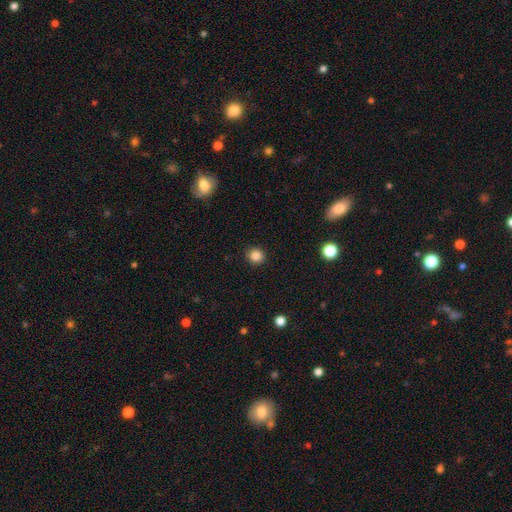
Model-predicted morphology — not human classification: This appears to be a smooth galaxy with no disk features (85%) that is round (92%). Merging: none (92%).